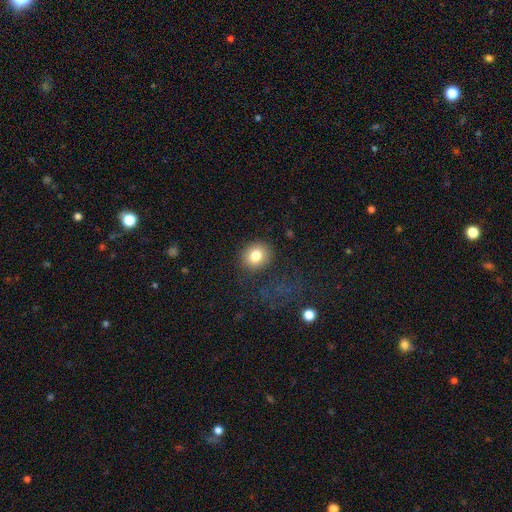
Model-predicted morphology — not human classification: Smooth or featured? smooth (81%)
How rounded? round (76%)
Merging? none (82%)